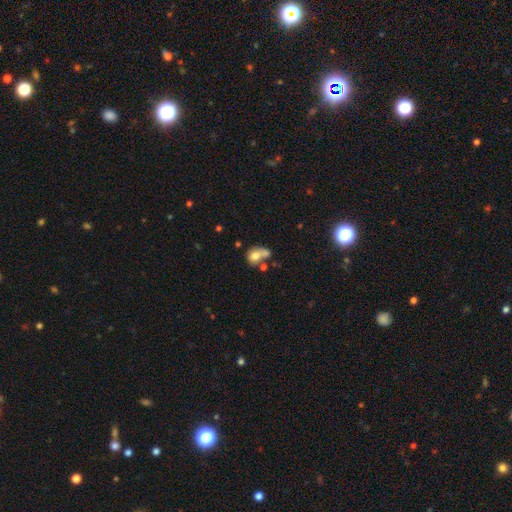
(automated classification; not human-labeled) Morphology: type=smooth (71%); roundness=round (55%); merging=merger (52%).